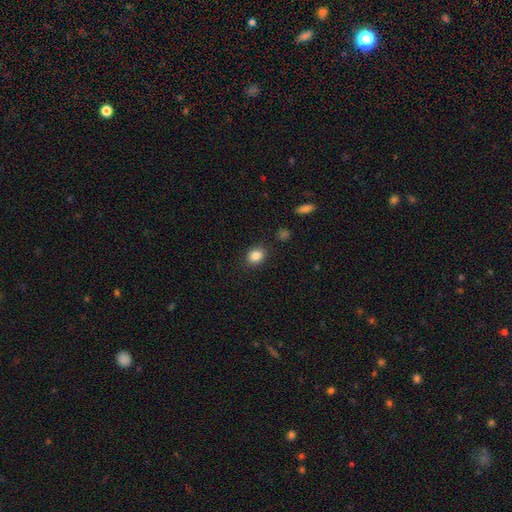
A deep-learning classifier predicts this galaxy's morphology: Smooth or featured? smooth (86%)
How rounded? round (56%)
Merging? none (87%)